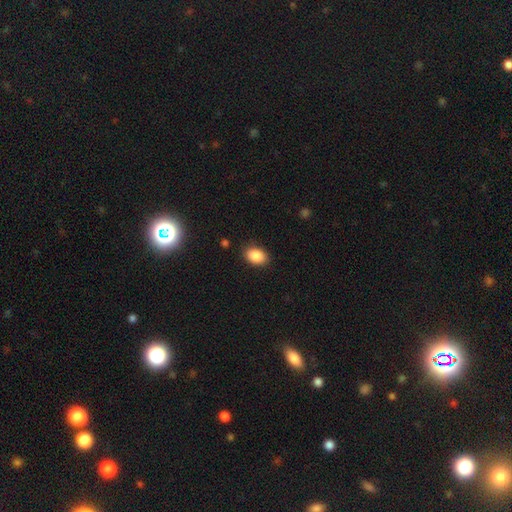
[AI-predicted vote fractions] Smooth or featured? smooth (88%)
How rounded? in between (83%)
Merging? none (87%)